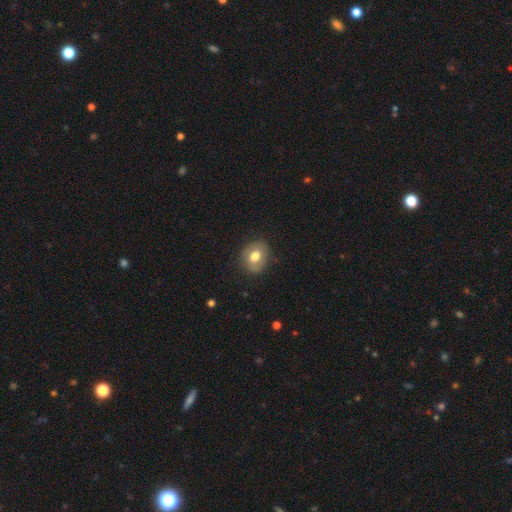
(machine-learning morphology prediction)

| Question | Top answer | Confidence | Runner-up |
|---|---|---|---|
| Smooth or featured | smooth | 71% | featured or disk (21%) |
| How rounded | round | 52% | in between (48%) |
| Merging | none | 81% | minor disturbance (14%) |